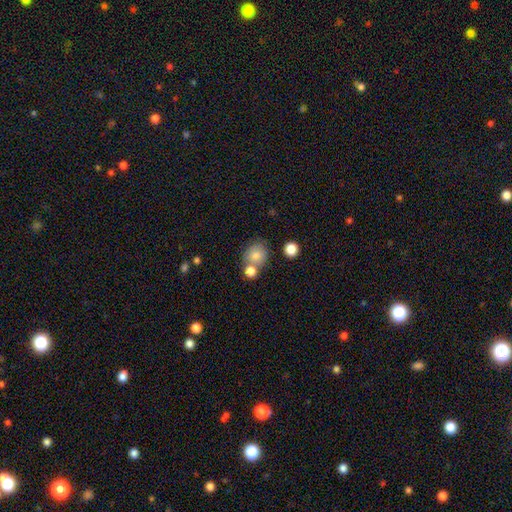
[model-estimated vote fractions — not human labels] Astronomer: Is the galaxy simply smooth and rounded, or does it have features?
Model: smooth — 79%.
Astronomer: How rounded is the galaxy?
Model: round — 71%.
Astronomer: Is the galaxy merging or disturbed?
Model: none — 57%.